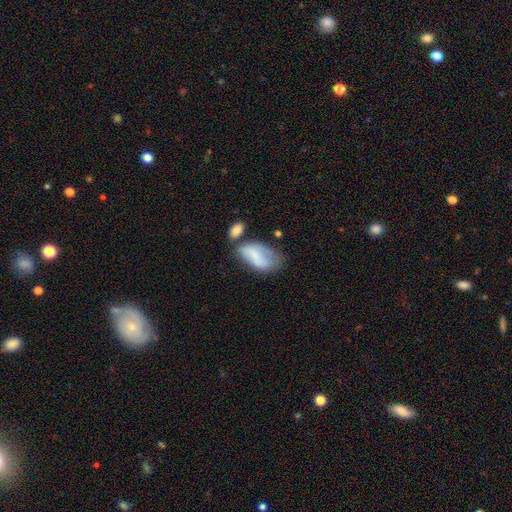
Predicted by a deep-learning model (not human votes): The model was most divided on "merging" (2-way tie): minor disturbance: 27%, none: 27%, merger: 24%, major disturbance: 22%. More confident: how rounded — in between (92%); smooth or featured — smooth (68%).